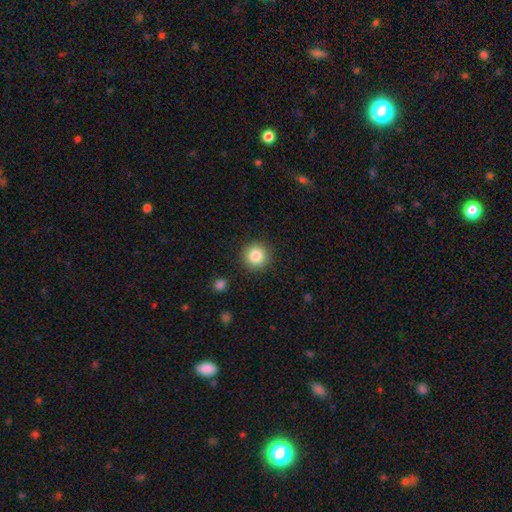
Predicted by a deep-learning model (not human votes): smooth 84%, star or artifact 10%, featured or disk 6%. Down the decision tree: how rounded — round (95%); merging — none (90%).